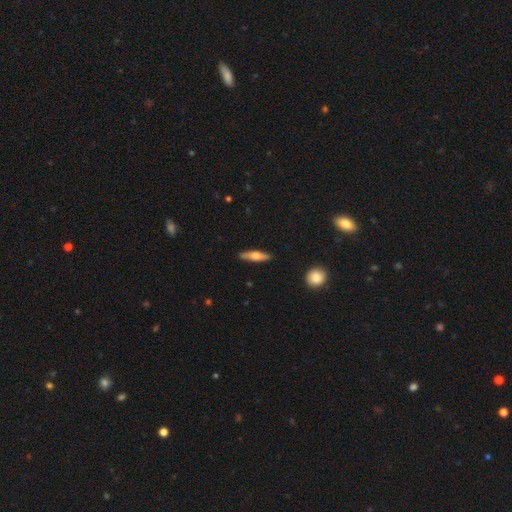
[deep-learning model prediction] Morphology: type=smooth (53%); roundness=cigar-shaped (72%); merging=none (88%).